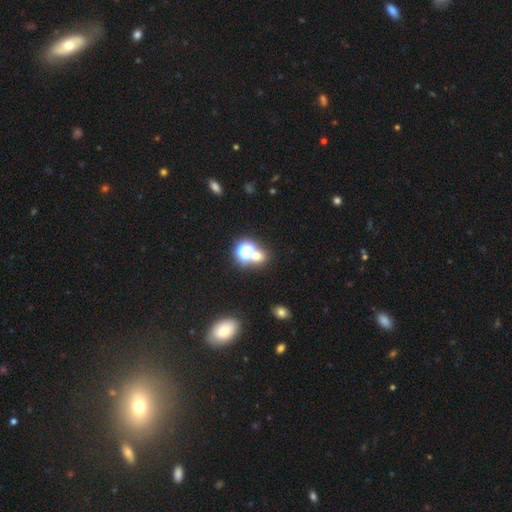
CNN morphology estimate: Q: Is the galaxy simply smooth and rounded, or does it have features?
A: smooth — 47%.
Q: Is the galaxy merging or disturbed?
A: none — 59%.